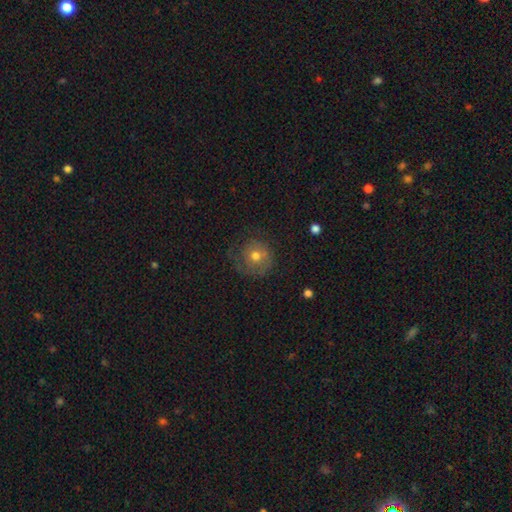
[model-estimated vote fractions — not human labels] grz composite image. It shows a smooth galaxy with no disk features (60%) that is round (89%). Merging: none (63%).